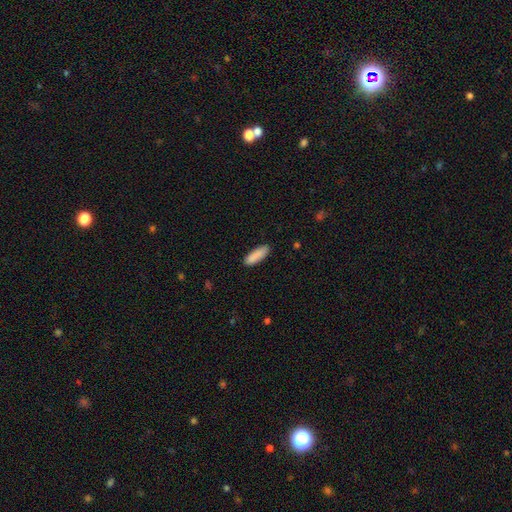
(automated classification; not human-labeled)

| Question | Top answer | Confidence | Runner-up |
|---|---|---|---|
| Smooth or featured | smooth | 90% | star or artifact (6%) |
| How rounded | in between | 52% | cigar-shaped (47%) |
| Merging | none | 89% | minor disturbance (8%) |